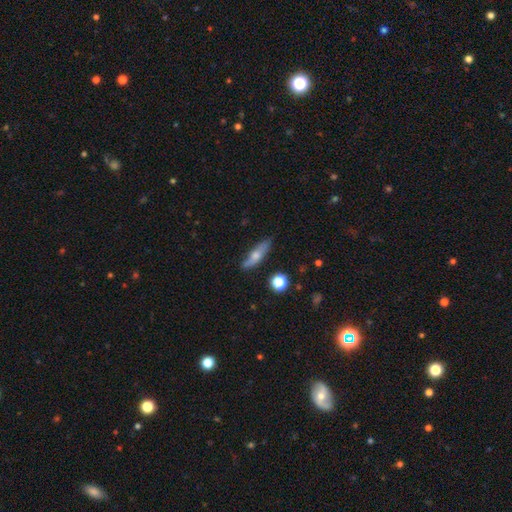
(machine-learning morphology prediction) Smooth or featured? Predicted: smooth (p=0.58). How rounded? Predicted: cigar-shaped (p=0.66). Merging? Predicted: none (p=0.74).